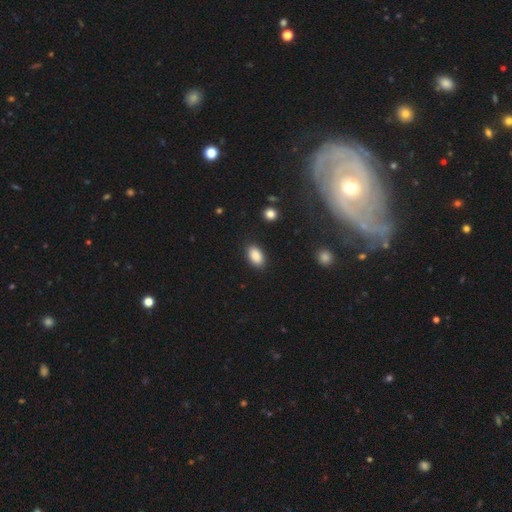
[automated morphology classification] A smooth galaxy with no disk features (89%) that is in between round and cigar-shaped (93%).

Vote fractions:
- Smooth or featured? smooth: 89% / star or artifact: 7% / featured or disk: 4%
- How rounded? in between: 93% / round: 5% / cigar-shaped: 2%
- Merging? none: 88% / minor disturbance: 8% / major disturbance: 2% / merger: 1%